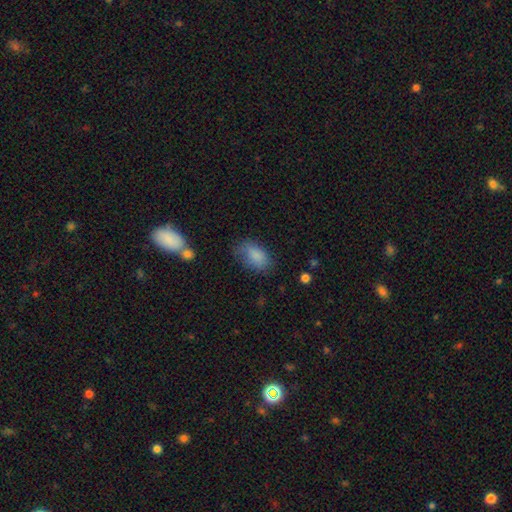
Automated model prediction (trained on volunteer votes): Q: Smooth or featured?
A: smooth (83%); runner-up: star or artifact (9%)
Q: How rounded?
A: in between (91%); runner-up: round (7%)
Q: Merging?
A: none (59%); runner-up: minor disturbance (28%)